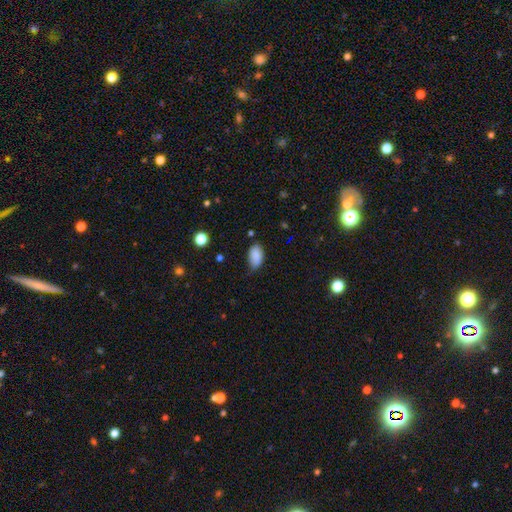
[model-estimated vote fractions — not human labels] This appears to be a smooth galaxy with no disk features (87%) that is in between round and cigar-shaped (93%). Merging: none (64%).